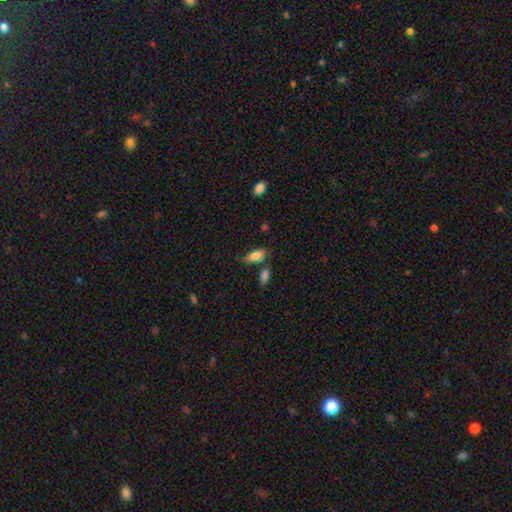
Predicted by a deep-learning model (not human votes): The model was most divided on "merging": none: 70%, minor disturbance: 15%, merger: 12%, major disturbance: 3%. More confident: how rounded — in between (88%); smooth or featured — smooth (82%).